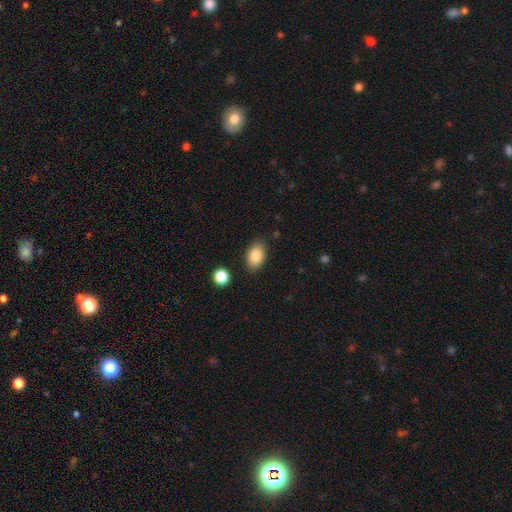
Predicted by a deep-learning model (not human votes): smooth-or-featured: smooth: 86% | star or artifact: 7% | featured or disk: 7%
  how-rounded: in between: 88% | round: 11% | cigar-shaped: 1%
  merging: none: 84% | minor disturbance: 11% | major disturbance: 3% | merger: 2%